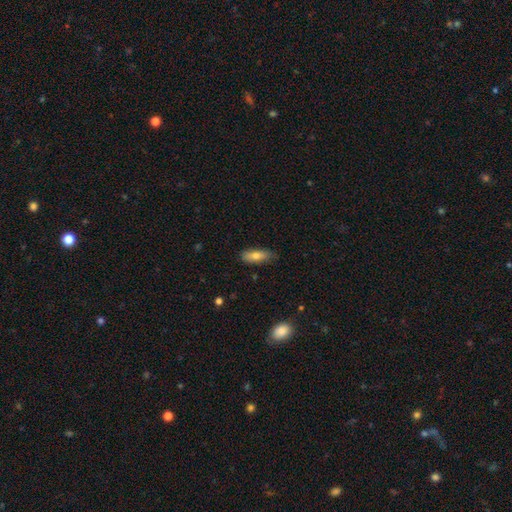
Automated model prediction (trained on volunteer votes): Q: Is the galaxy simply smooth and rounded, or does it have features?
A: smooth — 71%.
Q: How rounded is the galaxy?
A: in between — 56%.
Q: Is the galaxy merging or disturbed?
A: none — 79%.